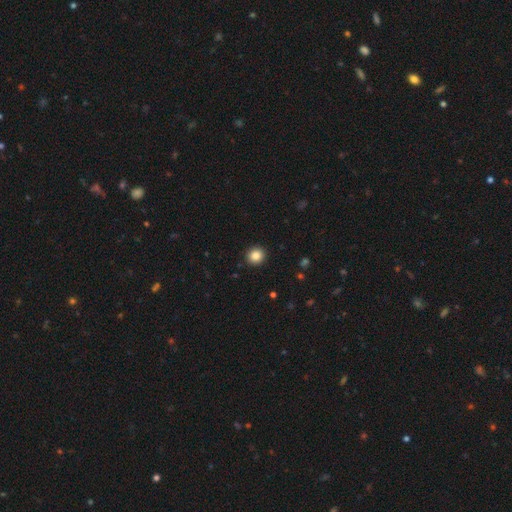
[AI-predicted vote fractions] Smooth or featured? smooth (86%)
How rounded? round (92%)
Merging? none (93%)